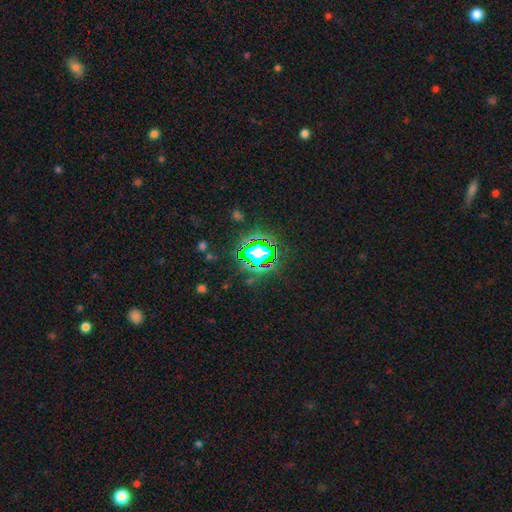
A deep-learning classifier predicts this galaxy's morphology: smooth_or_featured: star or artifact (p=0.68) [alt: smooth p=0.21]